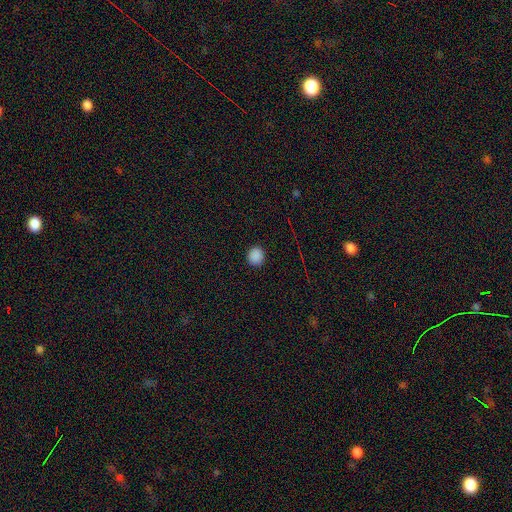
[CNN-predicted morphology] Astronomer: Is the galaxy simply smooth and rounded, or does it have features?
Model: smooth — 87%.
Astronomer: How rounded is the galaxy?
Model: round — 83%.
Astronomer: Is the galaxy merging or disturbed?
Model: none — 91%.